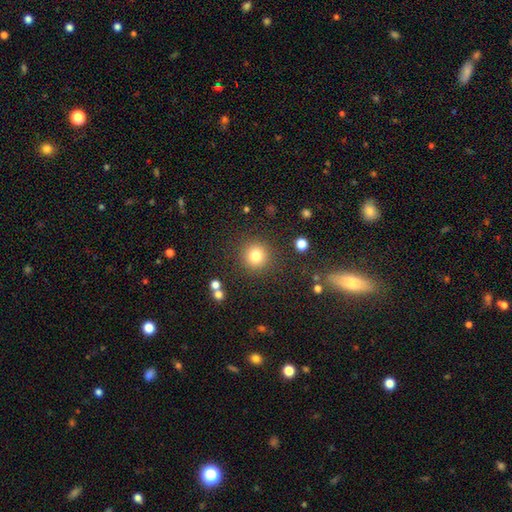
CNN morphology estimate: smooth_or_featured: smooth (p=0.80) [alt: star or artifact p=0.12]
how_rounded: round (p=0.95) [alt: in between p=0.04]
merging: none (p=0.88) [alt: minor disturbance p=0.06]